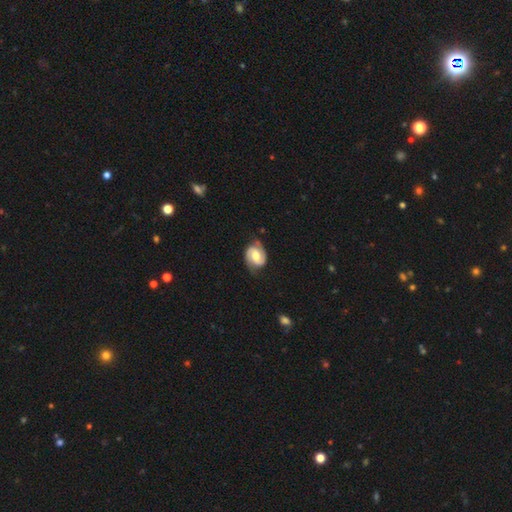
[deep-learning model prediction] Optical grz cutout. It shows a featured or disk galaxy (81%) with a weak bar (43%), 2 (92%) medium (45%) spiral arms (95%) and a moderate central bulge (69%). Merging: none (78%).